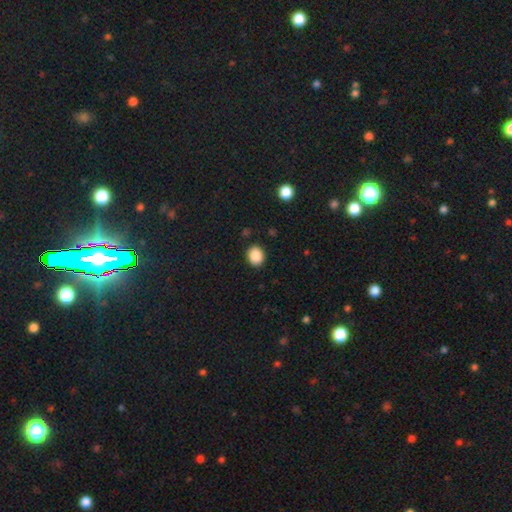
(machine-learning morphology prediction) This is clearly a smooth galaxy (88%). How rounded: likely round (61%). Merging: clearly none (89%).